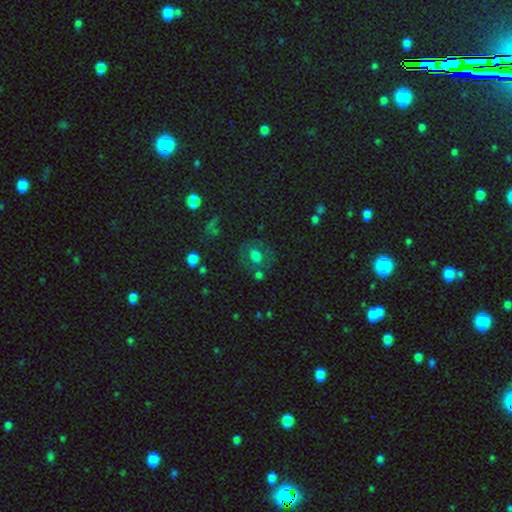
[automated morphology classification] smooth 57%, featured or disk 28%, star or artifact 15%. Down the decision tree: how rounded — round (54%); merging — none (66%).